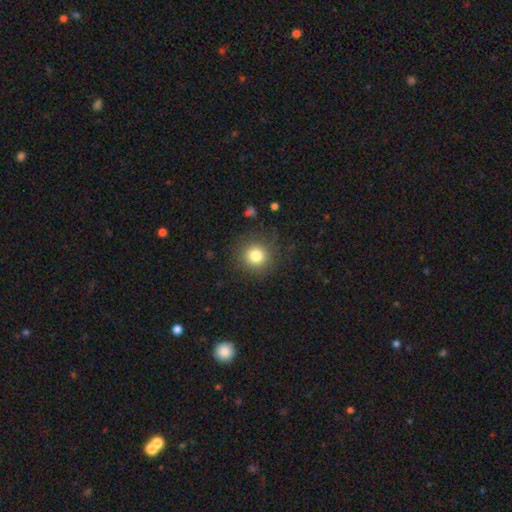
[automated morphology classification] smooth 81%, star or artifact 12%, featured or disk 7%. Down the decision tree: how rounded — round (93%); merging — none (87%).